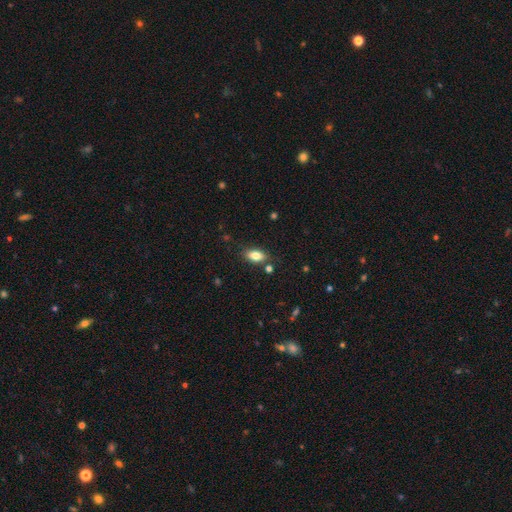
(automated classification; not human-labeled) Q: Smooth or featured?
A: smooth (81%); runner-up: featured or disk (10%)
Q: How rounded?
A: in between (89%); runner-up: round (6%)
Q: Merging?
A: none (81%); runner-up: minor disturbance (12%)